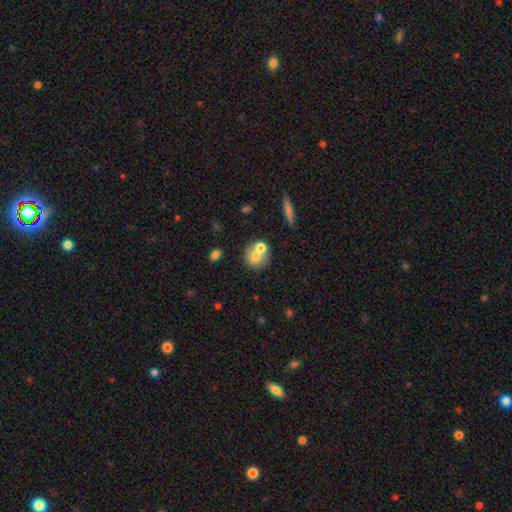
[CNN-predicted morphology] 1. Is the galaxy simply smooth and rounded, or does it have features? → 67% smooth, 24% featured or disk, 9% star or artifact.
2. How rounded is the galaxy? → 82% round, 17% in between, 1% cigar-shaped.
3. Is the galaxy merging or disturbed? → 50% merger, 39% none, 8% minor disturbance, 3% major disturbance.